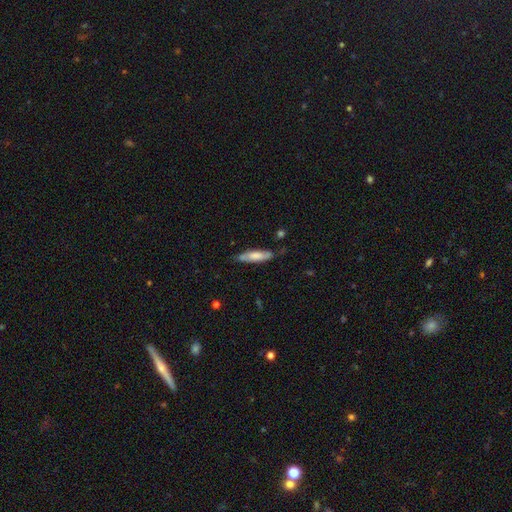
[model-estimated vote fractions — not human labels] This appears to be a smooth galaxy with no disk features (62%) that is cigar-shaped (65%). Merging: none (73%).